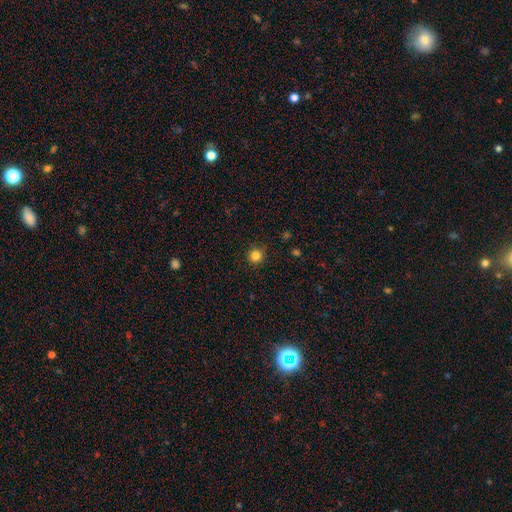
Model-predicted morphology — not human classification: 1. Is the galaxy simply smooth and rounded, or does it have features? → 84% smooth, 12% star or artifact, 4% featured or disk.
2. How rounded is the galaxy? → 94% round, 5% in between, 1% cigar-shaped.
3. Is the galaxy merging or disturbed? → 91% none, 6% minor disturbance, 2% major disturbance, 1% merger.